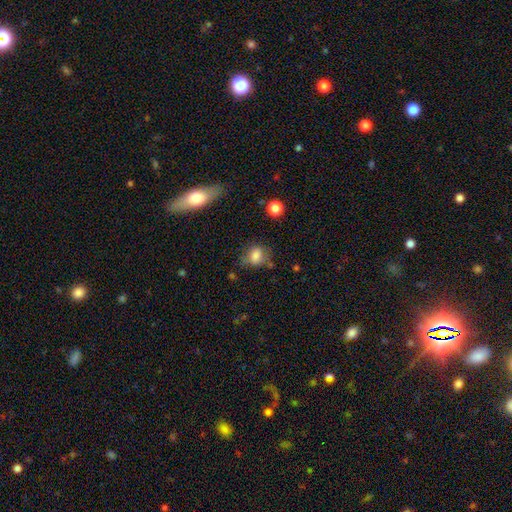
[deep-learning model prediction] smooth 80%, star or artifact 10%, featured or disk 10%. Down the decision tree: how rounded — in between (50%); merging — none (58%).